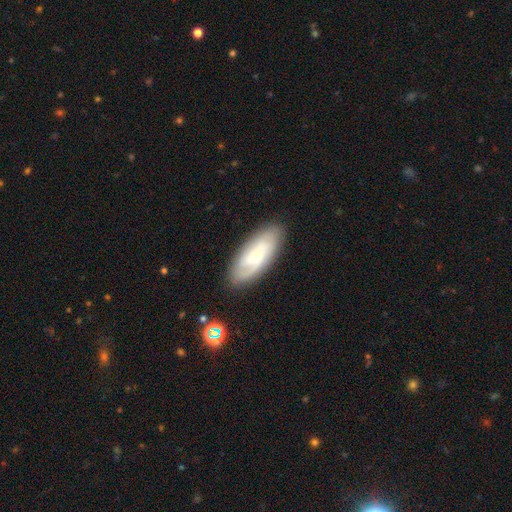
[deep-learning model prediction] Q: Smooth or featured?
A: smooth (49%); runner-up: featured or disk (43%)
Q: Merging?
A: none (79%); runner-up: minor disturbance (15%)